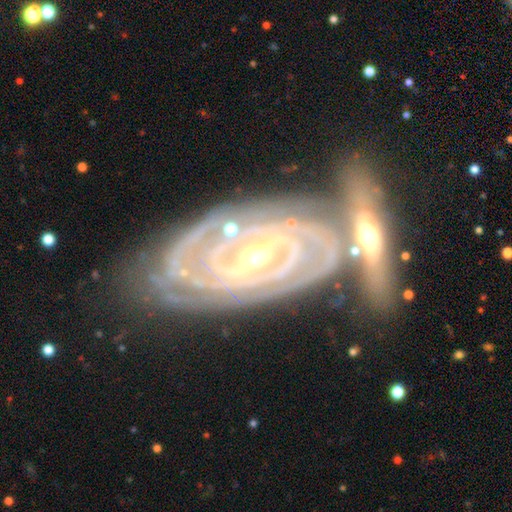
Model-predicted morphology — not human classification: The model was most divided on "bar": weak: 38%, no: 32%, strong: 30%. Remaining: spiral arms — yes (98%); edge-on disk — no (94%); smooth or featured — featured or disk (92%); spiral winding — tight (85%); bulge size — small (54%); merging — none (52%); spiral arm count — 2 (30%).